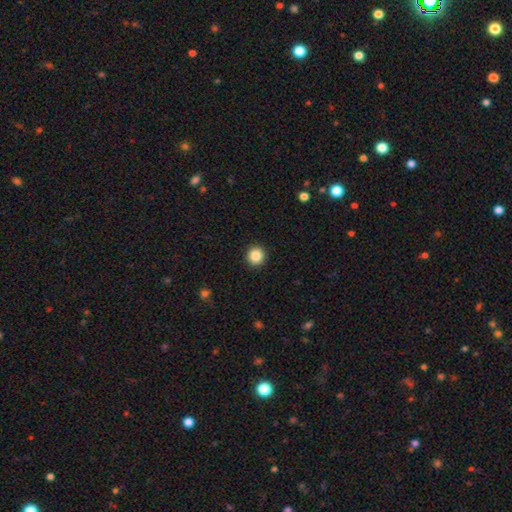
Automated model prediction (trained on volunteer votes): Morphology: type=smooth (86%); roundness=round (93%); merging=none (93%).